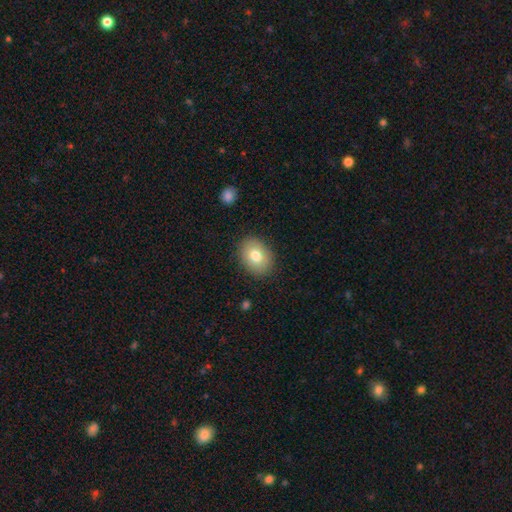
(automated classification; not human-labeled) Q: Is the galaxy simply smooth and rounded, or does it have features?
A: smooth — 78%.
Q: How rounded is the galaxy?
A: in between — 65%.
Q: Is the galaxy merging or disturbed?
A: none — 87%.